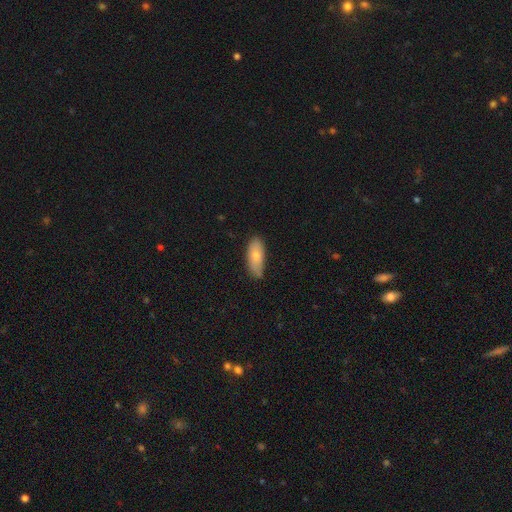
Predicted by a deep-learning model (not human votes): Smooth or featured? Predicted: smooth (p=0.74). How rounded? Predicted: in between (p=0.80). Merging? Predicted: none (p=0.73).